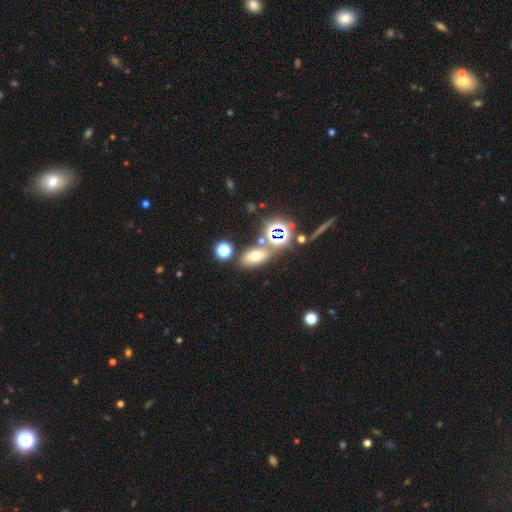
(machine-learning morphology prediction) Overall: smooth (59%; star or artifact 27%). How rounded: in between (79%). Merging: none (69%).